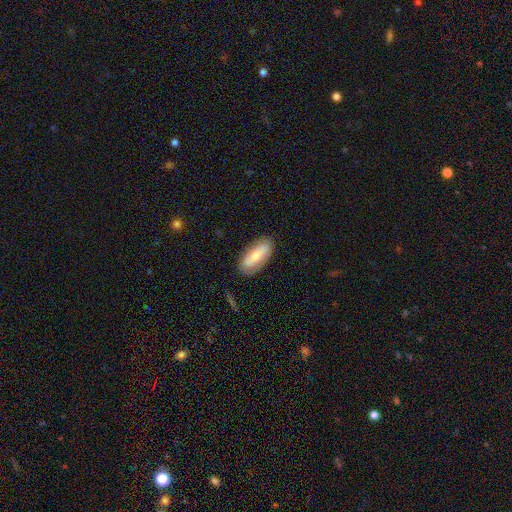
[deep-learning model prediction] Smooth or featured? smooth (64%)
How rounded? in between (80%)
Merging? none (82%)